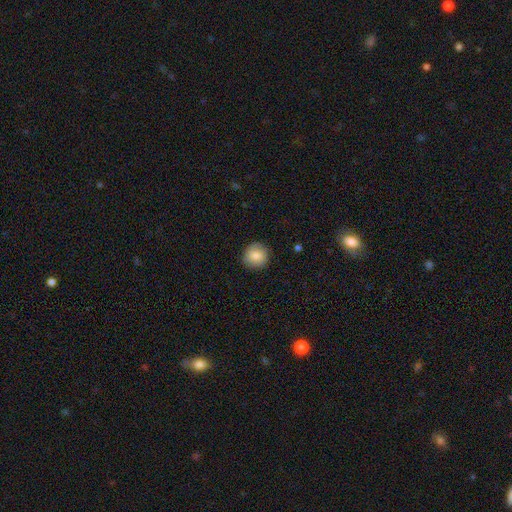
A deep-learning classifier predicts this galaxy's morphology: A smooth galaxy with no disk features (82%) that is round (91%).

Vote fractions:
- Smooth or featured? smooth: 82% / featured or disk: 9% / star or artifact: 8%
- How rounded? round: 91% / in between: 8% / cigar-shaped: 1%
- Merging? none: 87% / minor disturbance: 10% / major disturbance: 2% / merger: 1%